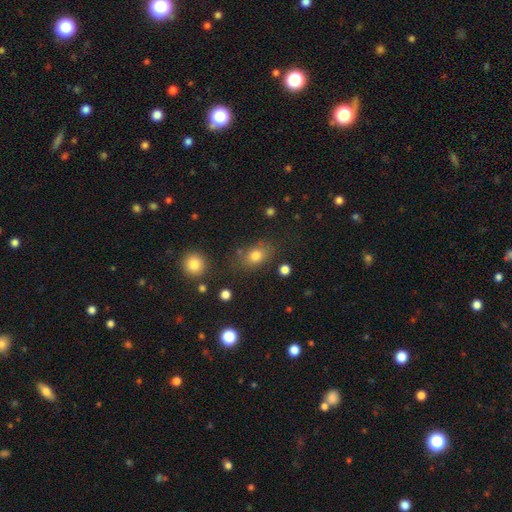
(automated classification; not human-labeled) A smooth galaxy with no disk features (77%) that is in between round and cigar-shaped (67%). Merging: none (73%).